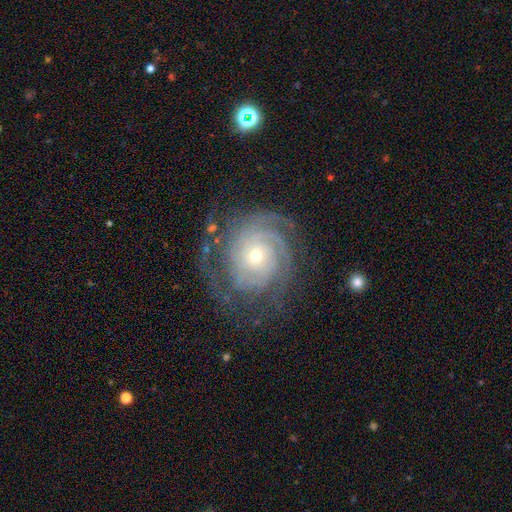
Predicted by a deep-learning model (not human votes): This appears to be a featured or disk galaxy (88%) with no bar (78%), tight (77%) spiral arms (97%) and a small central bulge (63%). Merging: none (71%).